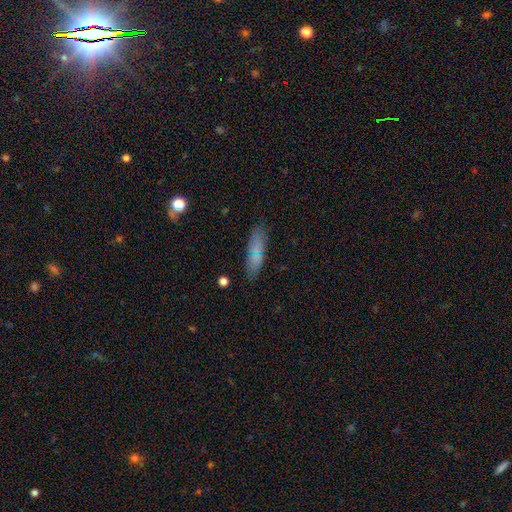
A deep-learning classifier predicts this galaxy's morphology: type=smooth (72%); roundness=cigar-shaped (55%); merging=none (83%).